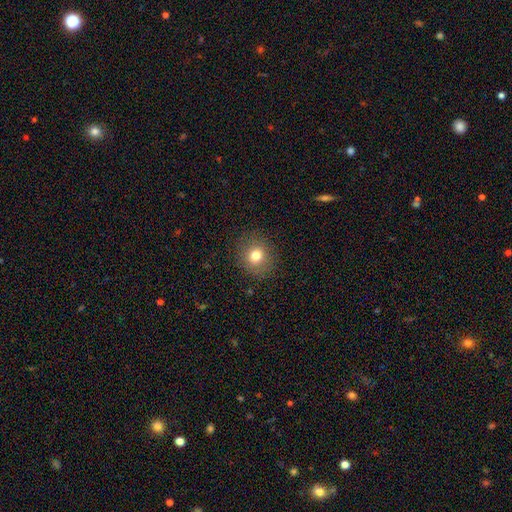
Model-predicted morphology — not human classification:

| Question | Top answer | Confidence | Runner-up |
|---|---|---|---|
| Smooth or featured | smooth | 78% | star or artifact (12%) |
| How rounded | round | 80% | in between (19%) |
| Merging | none | 87% | minor disturbance (9%) |